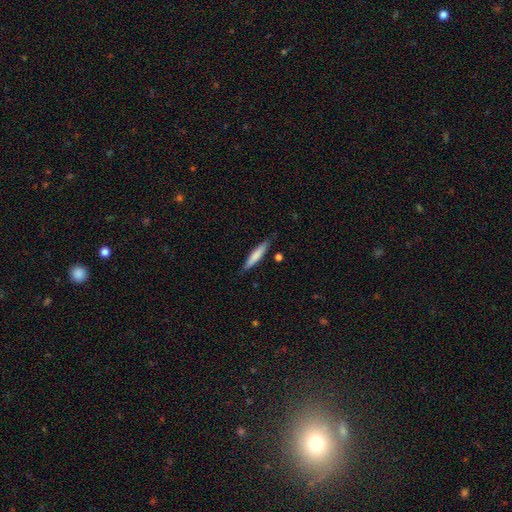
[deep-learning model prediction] A smooth galaxy with no disk features (73%) that is cigar-shaped (90%). Merging: none (84%).